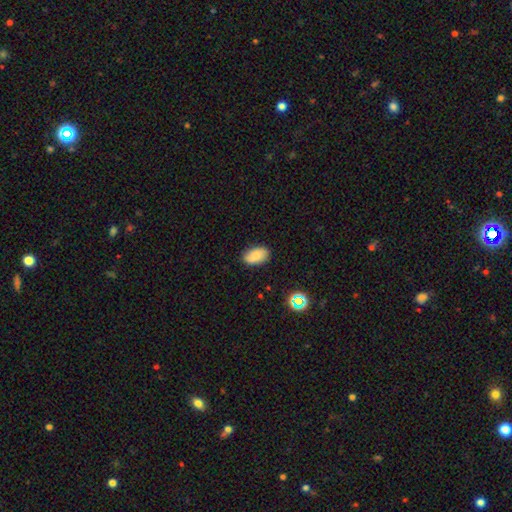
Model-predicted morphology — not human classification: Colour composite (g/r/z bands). It shows a smooth galaxy with no disk features (78%) that is in between round and cigar-shaped (92%). Merging: none (83%).